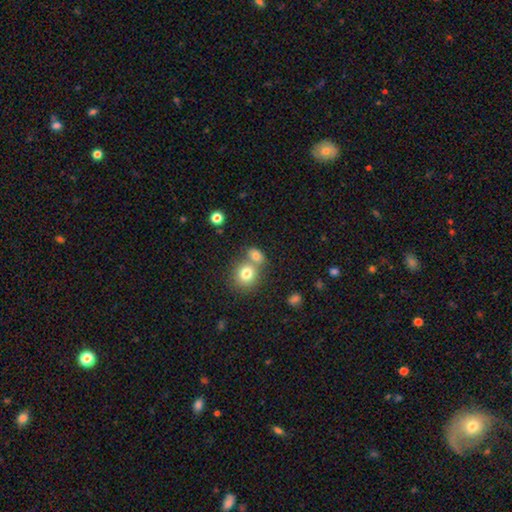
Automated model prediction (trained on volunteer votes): Smooth or featured? smooth (78%)
How rounded? in between (50%)
Merging? merger (44%, tied with none)